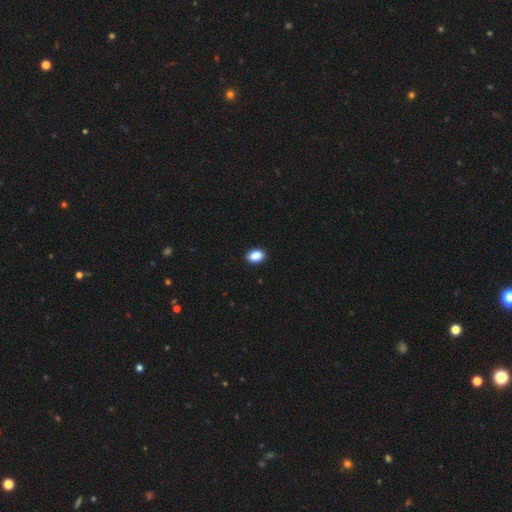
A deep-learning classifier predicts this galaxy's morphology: Smooth or featured? Predicted: smooth (p=0.89). How rounded? Predicted: in between (p=0.79). Merging? Predicted: none (p=0.91).